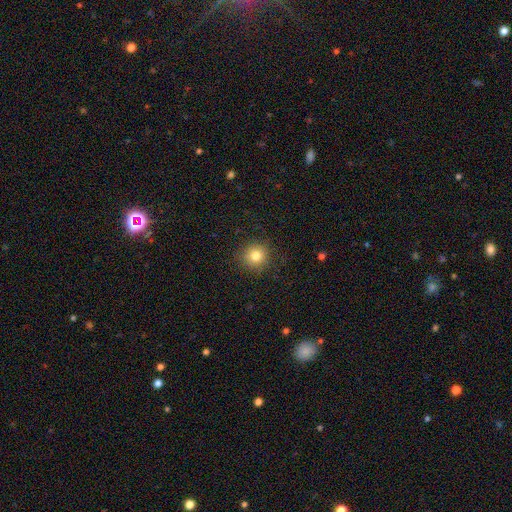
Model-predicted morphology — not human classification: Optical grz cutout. It shows a smooth galaxy with no disk features (80%) that is round (93%). Merging: none (89%).